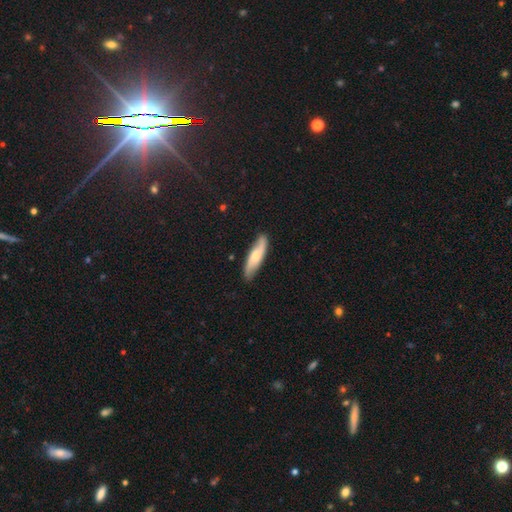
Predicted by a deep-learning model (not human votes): The model was most divided on "smooth or featured": smooth: 53%, featured or disk: 41%, star or artifact: 6%. More confident: merging — none (82%); how rounded — cigar-shaped (69%).